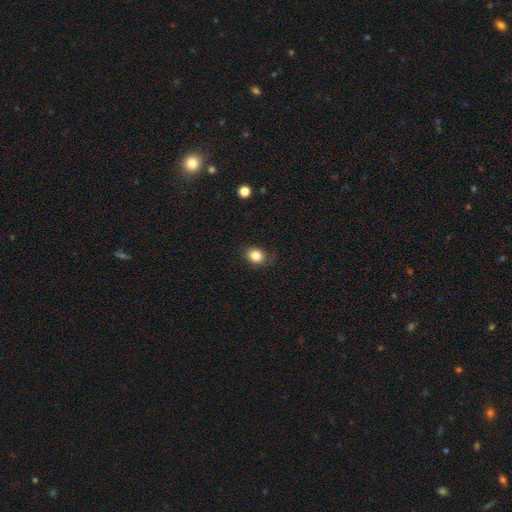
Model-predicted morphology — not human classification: smooth_or_featured: smooth (p=0.84) [alt: star or artifact p=0.10]
how_rounded: round (p=0.57) [alt: in between p=0.42]
merging: none (p=0.81) [alt: minor disturbance p=0.14]